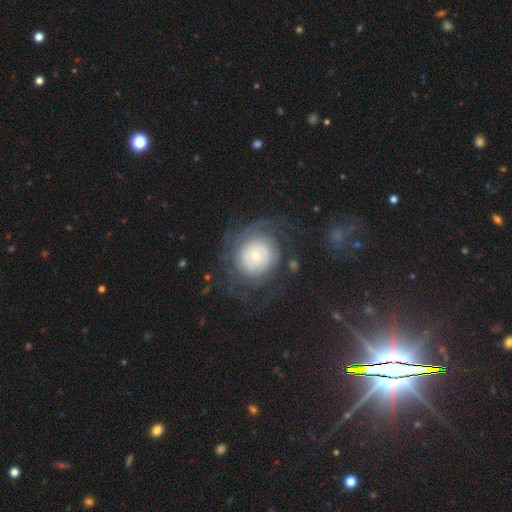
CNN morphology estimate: Smooth or featured: featured or disk — 74% (smooth — 19%)
Edge-on disk: no — 97% (yes — 3%)
Bar: no — 80% (weak — 16%)
Spiral arms: yes — 86% (no — 14%)
Spiral winding: tight — 71% (medium — 19%)
Spiral arm count: can't tell — 47% (2 — 19%)
Bulge size: small — 58% (moderate — 31%)
Merging: none — 67% (major disturbance — 17%)